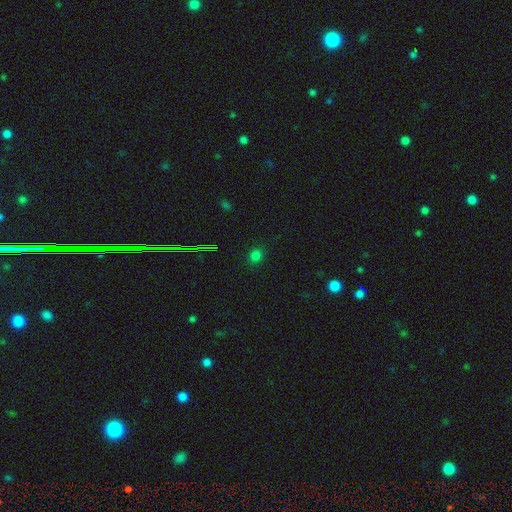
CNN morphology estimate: Q: Smooth or featured?
A: smooth (74%); runner-up: star or artifact (22%)
Q: How rounded?
A: round (75%); runner-up: in between (24%)
Q: Merging?
A: none (86%); runner-up: minor disturbance (10%)